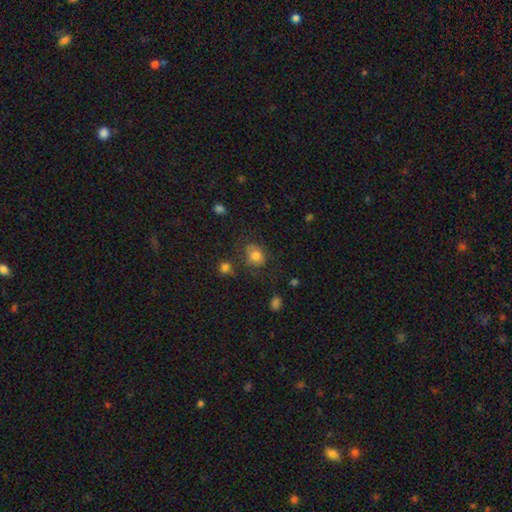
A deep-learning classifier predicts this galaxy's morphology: Smooth or featured? Predicted: smooth (p=0.75). How rounded? Predicted: round (p=0.62). Merging? Predicted: none (p=0.62).